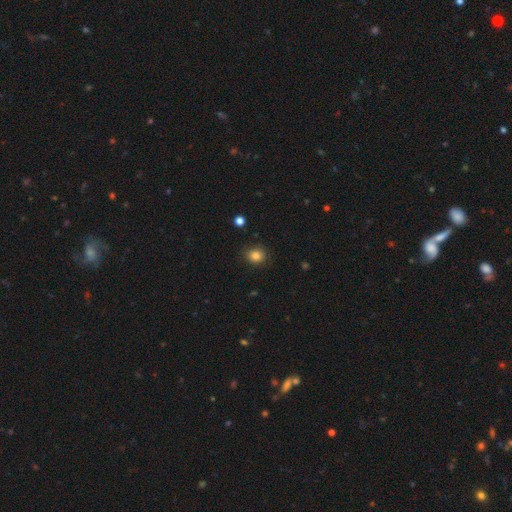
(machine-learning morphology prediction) Smooth or featured?
  - smooth: 84% *
  - star or artifact: 11%
  - featured or disk: 5%
How rounded?
  - round: 74% *
  - in between: 25%
  - cigar-shaped: 1%
Merging?
  - none: 84% *
  - minor disturbance: 12%
  - major disturbance: 3%
  - merger: 1%